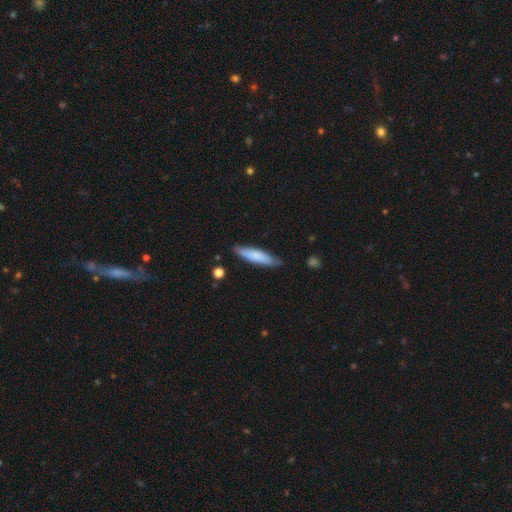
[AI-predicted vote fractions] Smooth or featured?
  - smooth: 75% *
  - featured or disk: 19%
  - star or artifact: 6%
How rounded?
  - cigar-shaped: 78% *
  - in between: 21%
  - round: 1%
Merging?
  - none: 84% *
  - minor disturbance: 12%
  - major disturbance: 2%
  - merger: 2%